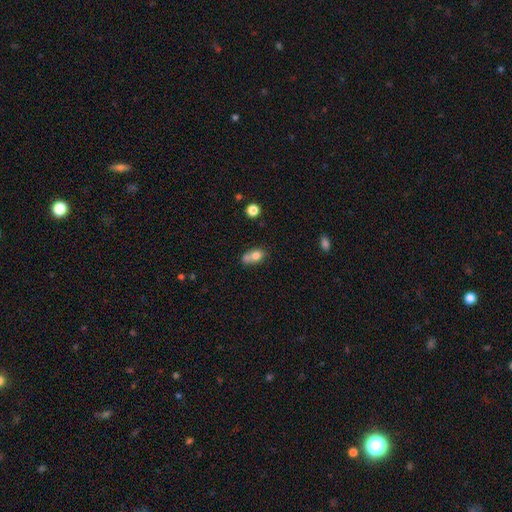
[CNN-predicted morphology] This appears to be a smooth galaxy with no disk features (74%) that is in between round and cigar-shaped (58%). Merging: merger (51%).